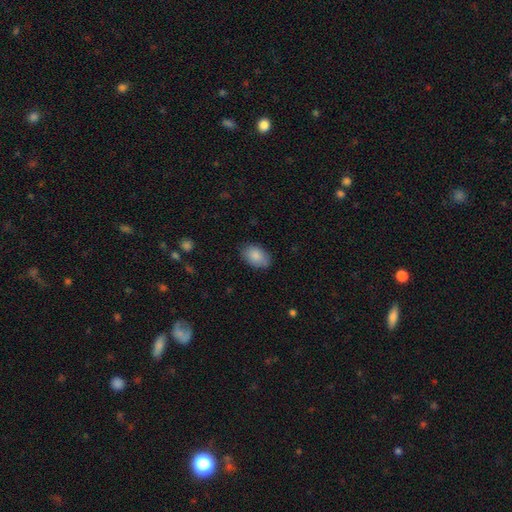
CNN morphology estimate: Smooth or featured? smooth (87%)
How rounded? in between (87%)
Merging? none (81%)